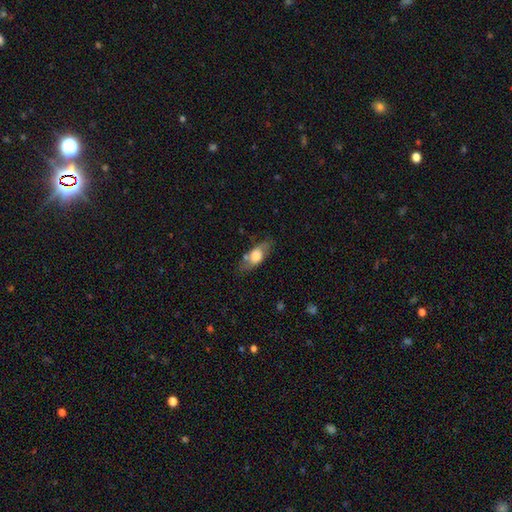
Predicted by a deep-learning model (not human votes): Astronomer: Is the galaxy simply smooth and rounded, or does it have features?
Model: smooth — 60%.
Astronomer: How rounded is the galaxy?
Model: in between — 74%.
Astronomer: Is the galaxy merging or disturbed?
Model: none — 69%.